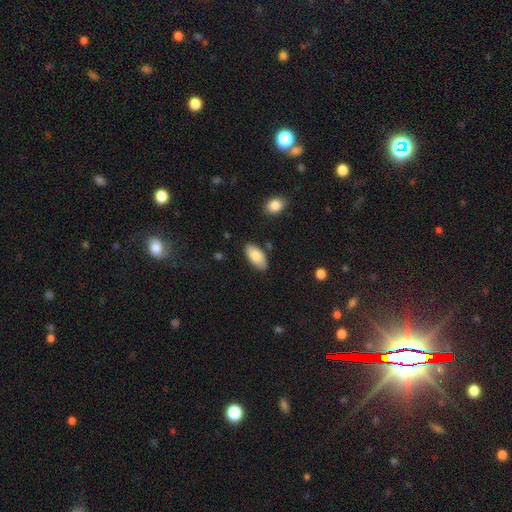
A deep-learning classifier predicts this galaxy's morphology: Overall: smooth (80%). How rounded: in between (94%). Merging: none (83%).